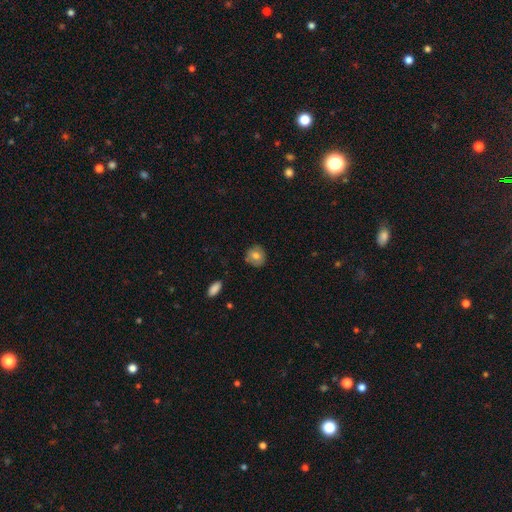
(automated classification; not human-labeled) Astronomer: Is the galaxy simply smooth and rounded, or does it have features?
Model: smooth — 71%.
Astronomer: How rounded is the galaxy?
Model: round — 83%.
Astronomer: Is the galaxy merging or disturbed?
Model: none — 81%.